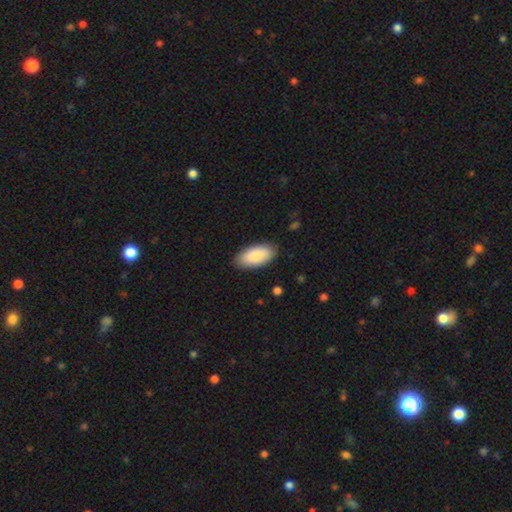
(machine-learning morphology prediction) smooth-or-featured: smooth: 86% | featured or disk: 8% | star or artifact: 5%
  how-rounded: in between: 93% | cigar-shaped: 5% | round: 2%
  merging: none: 88% | minor disturbance: 9% | major disturbance: 2% | merger: 1%